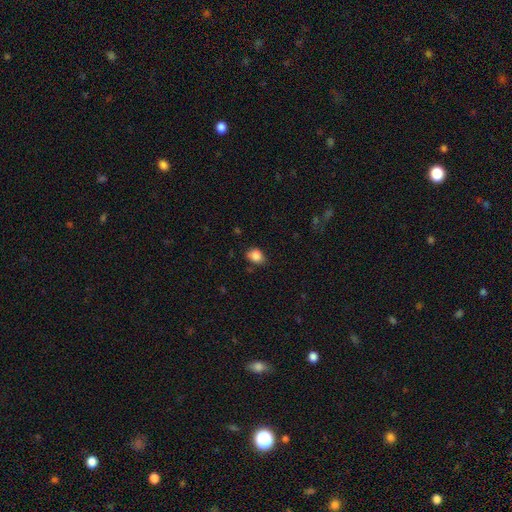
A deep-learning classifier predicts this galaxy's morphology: A smooth galaxy with no disk features (86%) that is in between round and cigar-shaped (57%).

Vote fractions:
- Smooth or featured? smooth: 86% / star or artifact: 9% / featured or disk: 4%
- How rounded? in between: 57% / round: 41% / cigar-shaped: 1%
- Merging? none: 72% / minor disturbance: 21% / major disturbance: 4% / merger: 2%